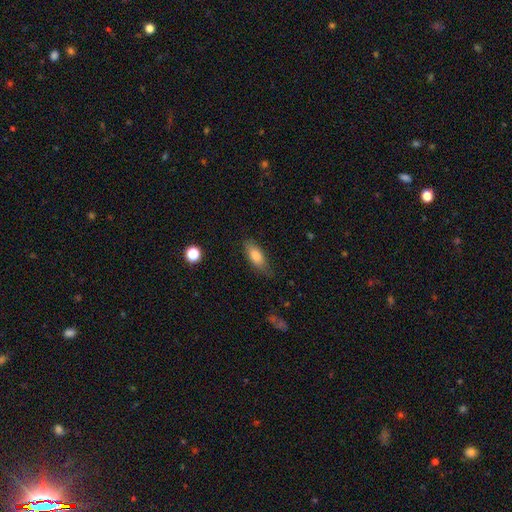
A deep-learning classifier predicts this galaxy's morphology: The model was most divided on "merging": none: 73%, minor disturbance: 21%, major disturbance: 5%, merger: 1%. More confident: smooth or featured — smooth (79%); how rounded — in between (75%).